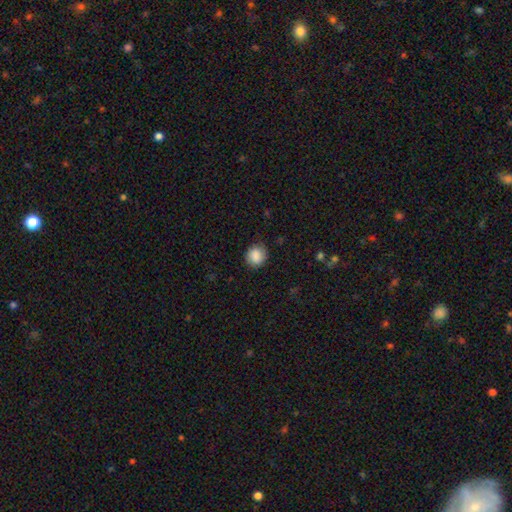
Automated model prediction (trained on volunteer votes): This is clearly a smooth galaxy (87%). How rounded: likely round (75%). Merging: clearly none (82%).